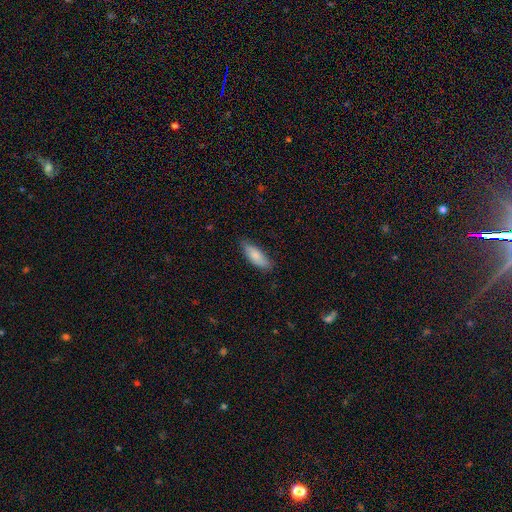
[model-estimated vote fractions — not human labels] smooth_or_featured: smooth (p=0.82) [alt: featured or disk p=0.12]
how_rounded: in between (p=0.67) [alt: cigar-shaped p=0.31]
merging: none (p=0.76) [alt: minor disturbance p=0.20]